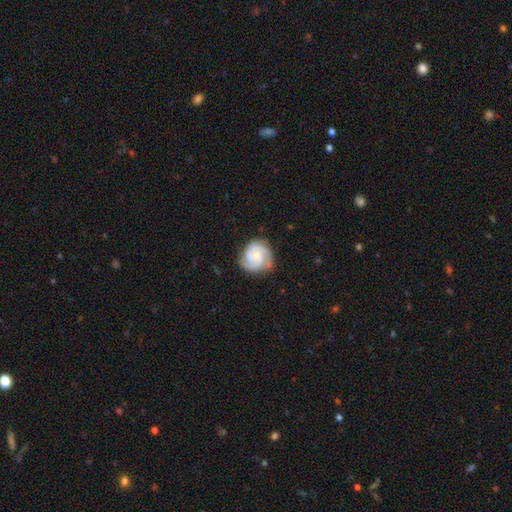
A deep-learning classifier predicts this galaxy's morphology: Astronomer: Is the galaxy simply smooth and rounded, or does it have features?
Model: featured or disk — 81%.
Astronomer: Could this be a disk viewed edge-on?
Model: no — 98%.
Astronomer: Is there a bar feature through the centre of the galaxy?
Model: no — 67%.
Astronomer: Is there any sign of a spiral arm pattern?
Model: yes — 97%.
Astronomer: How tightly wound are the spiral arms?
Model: tight — 58% (runner-up: medium, 35%).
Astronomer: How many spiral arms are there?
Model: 2 — 44% (runner-up: 3, 35%).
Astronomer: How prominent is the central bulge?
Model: small — 55% (runner-up: moderate, 38%).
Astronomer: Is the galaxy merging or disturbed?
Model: none — 73%.